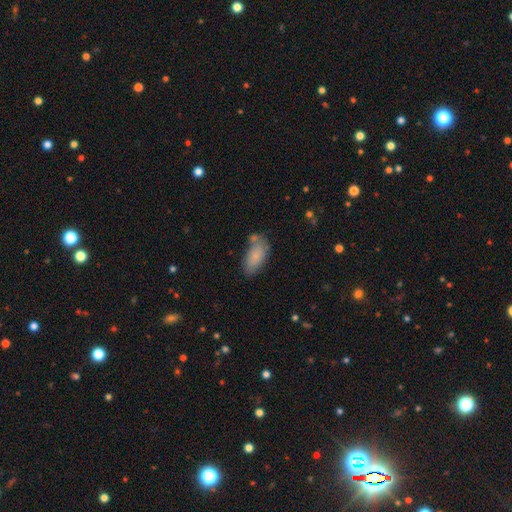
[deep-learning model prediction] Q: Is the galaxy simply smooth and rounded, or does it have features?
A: smooth — 81%.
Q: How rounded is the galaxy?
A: in between — 89%.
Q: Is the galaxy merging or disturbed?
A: none — 61%.